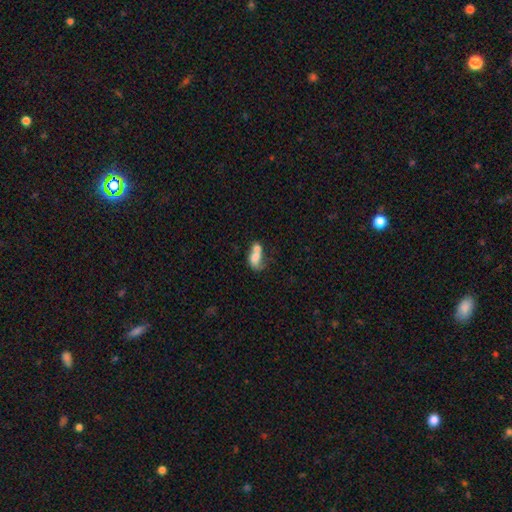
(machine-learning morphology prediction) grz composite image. It shows a smooth galaxy with no disk features (66%) that is in between round and cigar-shaped (78%). Merging: merger (65%).